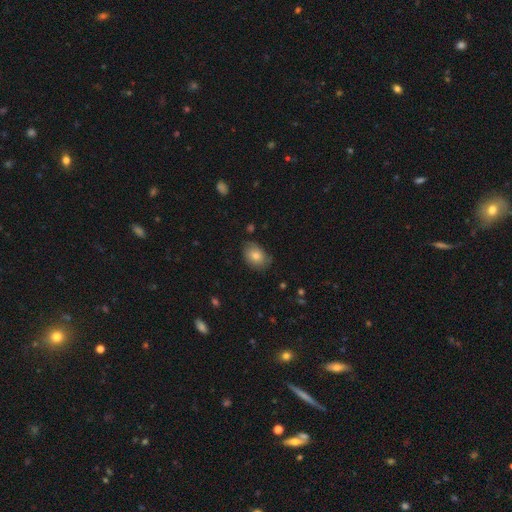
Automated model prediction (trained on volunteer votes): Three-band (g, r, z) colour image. It shows a smooth galaxy with no disk features (75%) that is in between round and cigar-shaped (71%). Merging: none (69%).